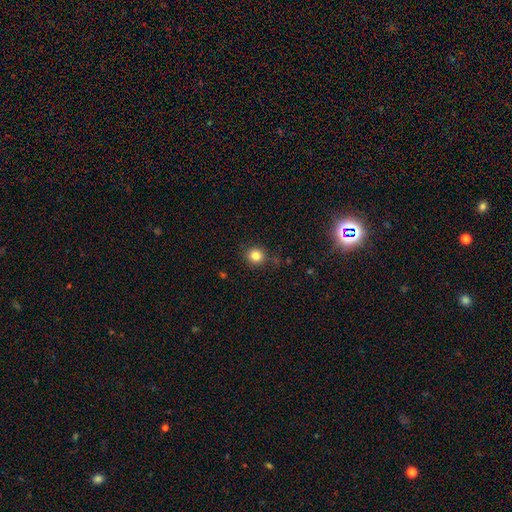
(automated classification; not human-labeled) Morphology: type=smooth (83%); roundness=round (91%); merging=none (86%).